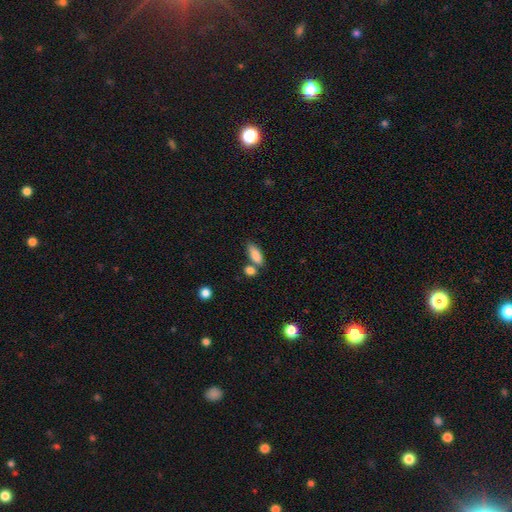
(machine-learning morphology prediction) The model was most divided on "merging": none: 53%, merger: 27%, minor disturbance: 15%, major disturbance: 5%. More confident: smooth or featured — smooth (86%); how rounded — in between (78%).